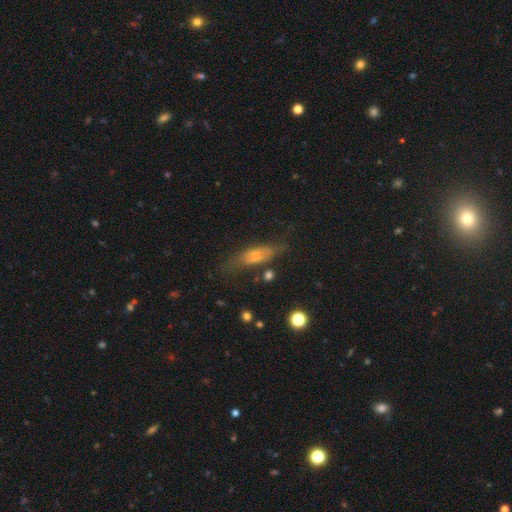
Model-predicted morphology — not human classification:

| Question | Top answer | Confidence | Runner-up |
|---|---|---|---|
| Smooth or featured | smooth | 54% | featured or disk (35%) |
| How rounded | in between | 50% | cigar-shaped (46%) |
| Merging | none | 57% | minor disturbance (24%) |